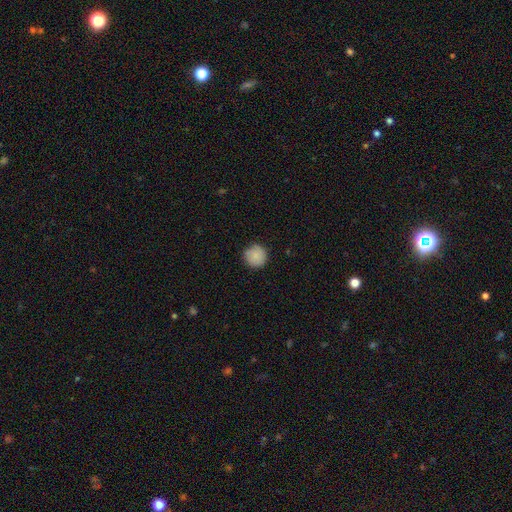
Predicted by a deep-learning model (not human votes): A smooth galaxy with no disk features (86%) that is round (95%).

Vote fractions:
- Smooth or featured? smooth: 86% / star or artifact: 7% / featured or disk: 7%
- How rounded? round: 95% / in between: 4% / cigar-shaped: 1%
- Merging? none: 86% / minor disturbance: 11% / major disturbance: 2% / merger: 1%